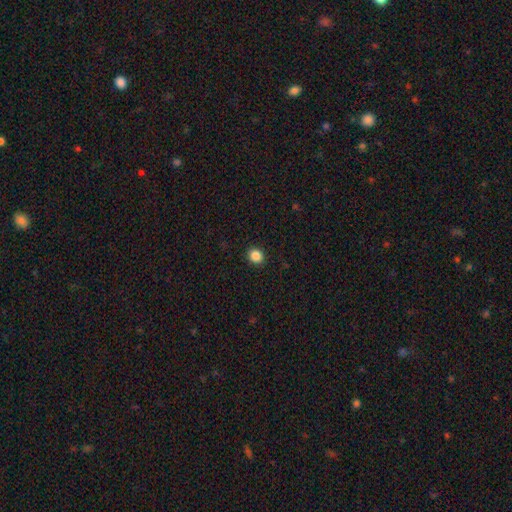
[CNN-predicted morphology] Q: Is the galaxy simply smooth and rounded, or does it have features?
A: smooth — 86%.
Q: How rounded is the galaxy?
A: round — 81%.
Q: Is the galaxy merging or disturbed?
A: none — 92%.